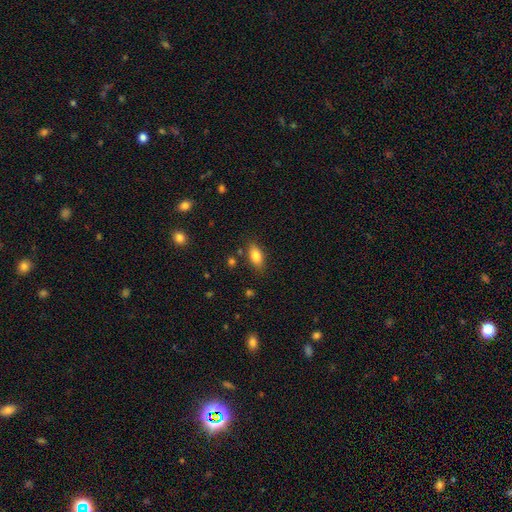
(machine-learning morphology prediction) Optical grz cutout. It shows a smooth galaxy with no disk features (83%) that is in between round and cigar-shaped (87%). Merging: none (81%).